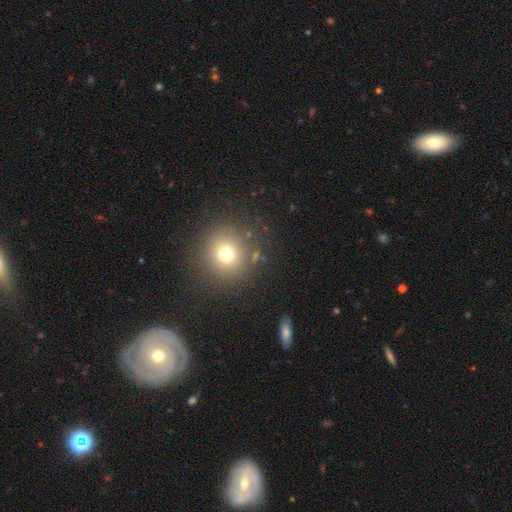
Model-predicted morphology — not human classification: A smooth galaxy with no disk features (70%) that is round (90%). Merging: none (84%).